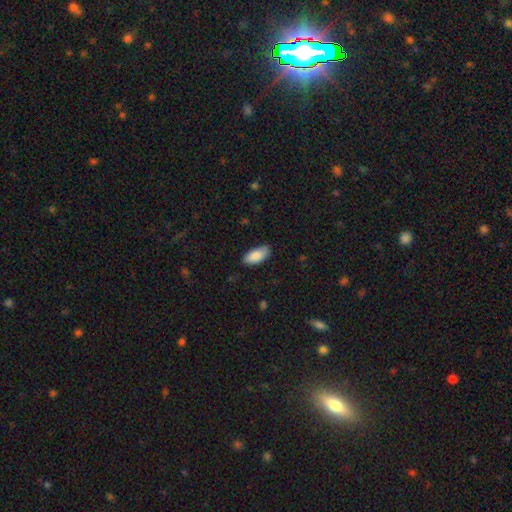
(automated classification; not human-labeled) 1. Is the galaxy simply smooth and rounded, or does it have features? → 88% smooth, 6% star or artifact, 6% featured or disk.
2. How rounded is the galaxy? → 92% in between, 7% cigar-shaped, 2% round.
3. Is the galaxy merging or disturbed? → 77% none, 19% minor disturbance, 3% major disturbance, 1% merger.